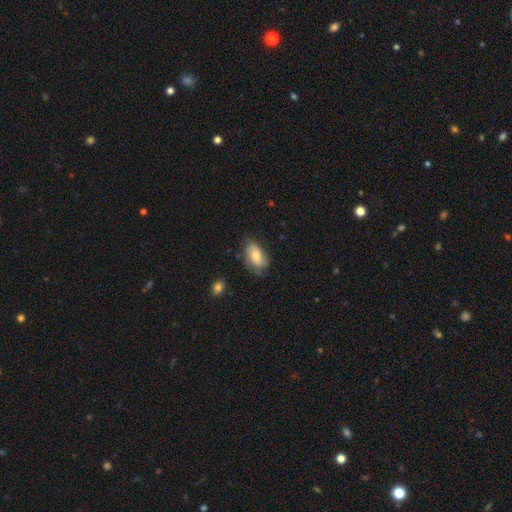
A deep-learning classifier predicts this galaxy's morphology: A smooth galaxy with no disk features (64%) that is in between round and cigar-shaped (91%).

Vote fractions:
- Smooth or featured? smooth: 64% / featured or disk: 29% / star or artifact: 7%
- How rounded? in between: 91% / round: 6% / cigar-shaped: 3%
- Merging? none: 59% / minor disturbance: 30% / major disturbance: 9% / merger: 2%